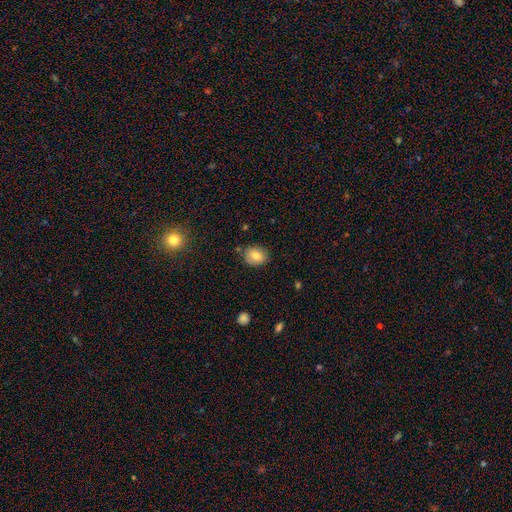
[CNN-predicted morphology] A smooth galaxy with no disk features (77%) that is in between round and cigar-shaped (53%). Merging: none (79%).